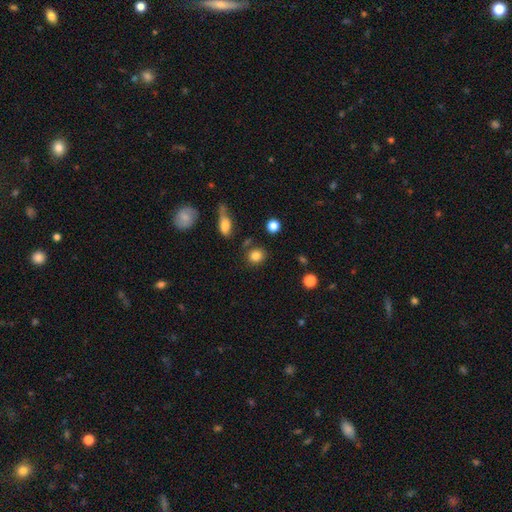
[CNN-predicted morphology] Overall: smooth (84%). How rounded: round (77%). Merging: none (79%).